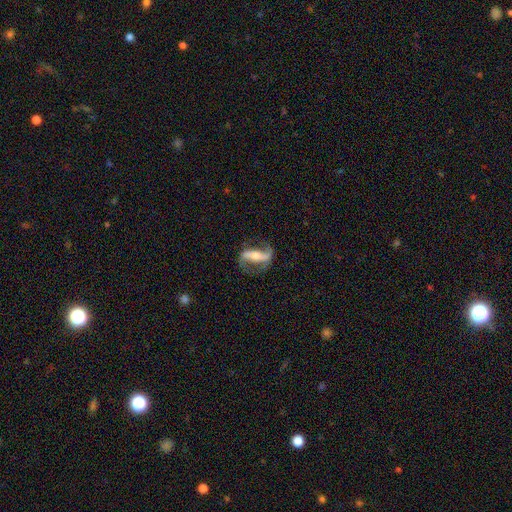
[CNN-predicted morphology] Smooth or featured?
  - featured or disk: 84% *
  - smooth: 10%
  - star or artifact: 5%
Edge-on disk?
  - no: 89% *
  - yes: 11%
Bar?
  - strong: 63% *
  - weak: 21%
  - no: 16%
Spiral arms?
  - yes: 92% *
  - no: 8%
Spiral winding?
  - loose: 55% *
  - medium: 34%
  - tight: 11%
Spiral arm count?
  - 2: 90% *
  - 1: 5%
  - can't tell: 3%
  - 3: 1%
  - 4: 1%
  - more than 4: 1%
Bulge size?
  - moderate: 46% *
  - small: 40%
  - large: 7%
  - none: 5%
  - dominant: 2%
Merging?
  - none: 73% *
  - minor disturbance: 14%
  - major disturbance: 11%
  - merger: 2%